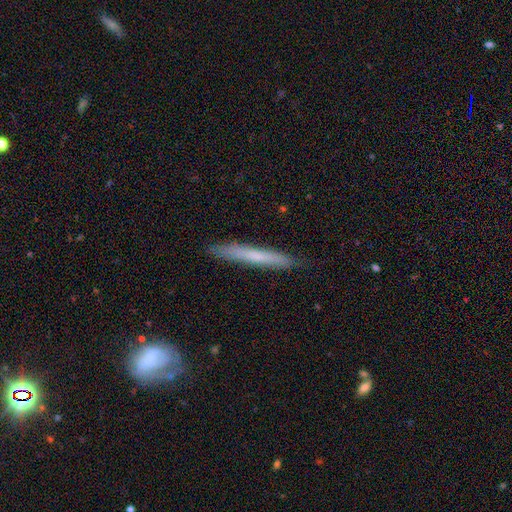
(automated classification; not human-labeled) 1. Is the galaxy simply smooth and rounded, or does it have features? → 57% smooth, 37% featured or disk, 6% star or artifact.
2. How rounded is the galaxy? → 96% cigar-shaped, 3% in between, 1% round.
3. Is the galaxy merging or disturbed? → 88% none, 9% minor disturbance, 2% major disturbance, 1% merger.